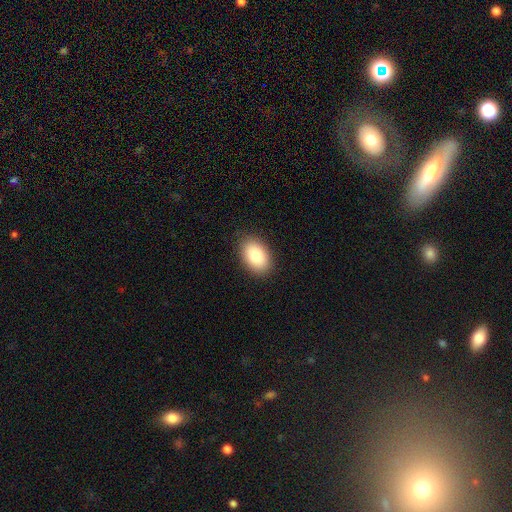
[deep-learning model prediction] A smooth galaxy with no disk features (86%) that is in between round and cigar-shaped (88%). Merging: none (88%).